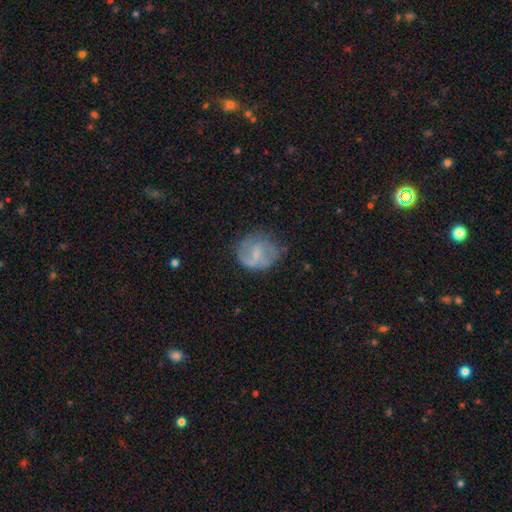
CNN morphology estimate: A featured or disk galaxy (53%) with a weak bar (47%), spiral arms (74%) and a small central bulge (53%).

Vote fractions:
- Smooth or featured? featured or disk: 53% / smooth: 39% / star or artifact: 8%
- Edge-on disk? no: 98% / yes: 2%
- Bar? weak: 47% / no: 43% / strong: 10%
- Spiral arms? yes: 74% / no: 26%
- Bulge size? small: 53% / moderate: 25% / none: 20% / large: 2% / dominant: 1%
- Merging? none: 61% / minor disturbance: 25% / major disturbance: 12% / merger: 2%